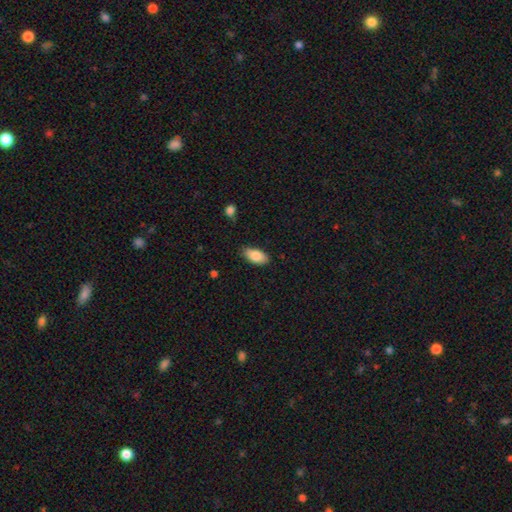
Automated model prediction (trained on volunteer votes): smooth_or_featured: smooth (p=0.86) [alt: featured or disk p=0.08]
how_rounded: in between (p=0.92) [alt: cigar-shaped p=0.06]
merging: none (p=0.84) [alt: minor disturbance p=0.12]